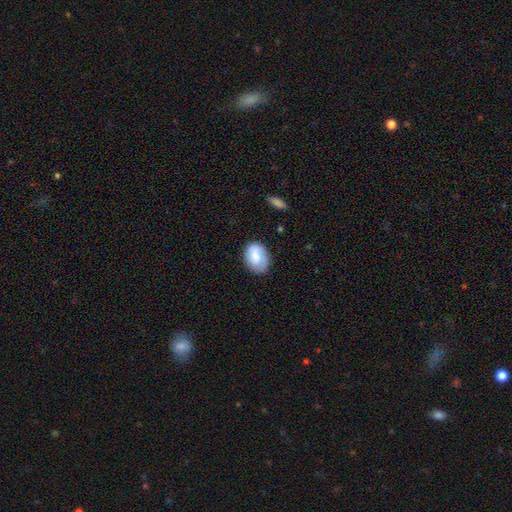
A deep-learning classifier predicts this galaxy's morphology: A smooth galaxy with no disk features (76%) that is in between round and cigar-shaped (74%).

Vote fractions:
- Smooth or featured? smooth: 76% / featured or disk: 18% / star or artifact: 7%
- How rounded? in between: 74% / round: 25% / cigar-shaped: 1%
- Merging? none: 75% / minor disturbance: 19% / major disturbance: 5% / merger: 2%